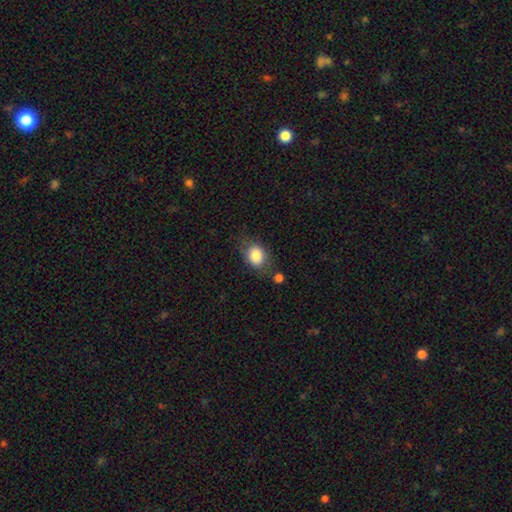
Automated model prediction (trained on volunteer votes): smooth 81%, featured or disk 11%, star or artifact 8%. Down the decision tree: how rounded — in between (63%); merging — none (66%).